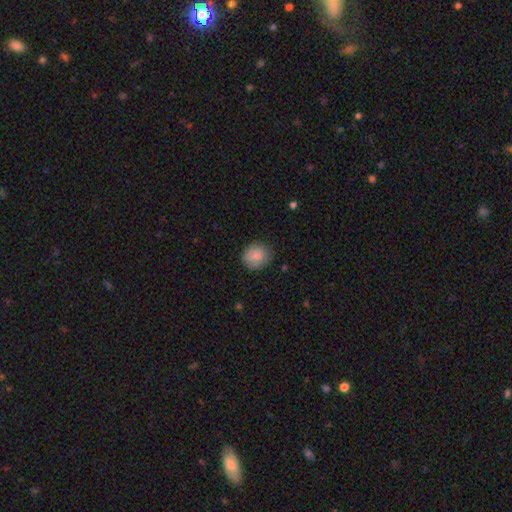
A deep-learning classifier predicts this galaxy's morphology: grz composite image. It shows a smooth galaxy with no disk features (86%) that is round (80%). Merging: none (82%).